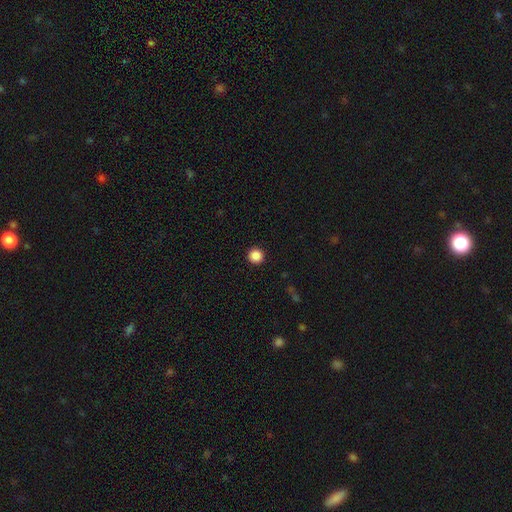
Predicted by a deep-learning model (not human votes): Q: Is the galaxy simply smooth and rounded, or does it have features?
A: smooth — 87%.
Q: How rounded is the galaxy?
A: round — 96%.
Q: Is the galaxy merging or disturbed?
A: none — 94%.